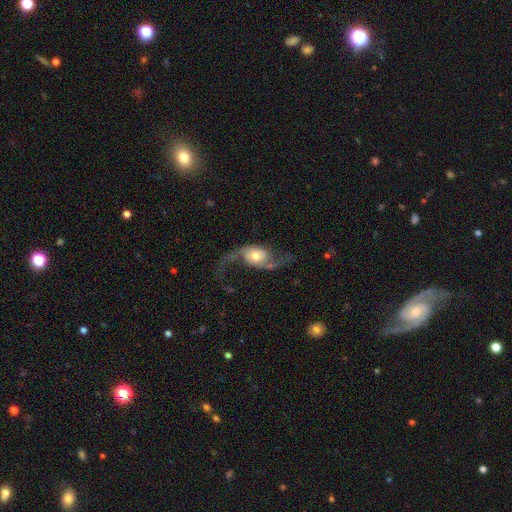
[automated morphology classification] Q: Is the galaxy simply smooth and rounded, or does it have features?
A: featured or disk — 84%.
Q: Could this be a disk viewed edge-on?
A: no — 95%.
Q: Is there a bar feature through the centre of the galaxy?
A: no — 67%.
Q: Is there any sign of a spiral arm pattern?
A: yes — 95%.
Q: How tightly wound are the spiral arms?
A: loose — 82%.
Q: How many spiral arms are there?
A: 2 — 92%.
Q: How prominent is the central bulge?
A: moderate — 59%.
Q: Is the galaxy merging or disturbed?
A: none — 58%.